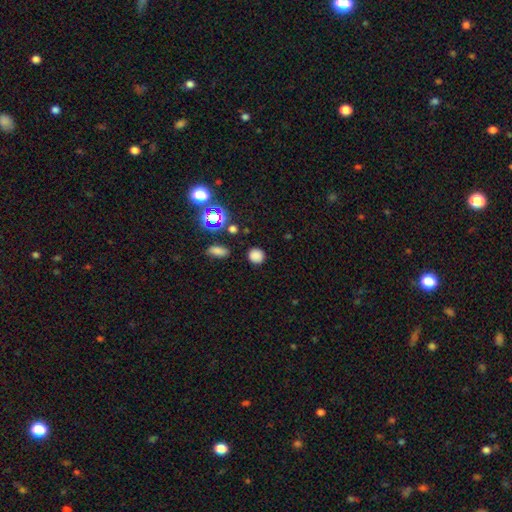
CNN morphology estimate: This appears to be a smooth galaxy with no disk features (78%) that is round (84%). Merging: none (86%).